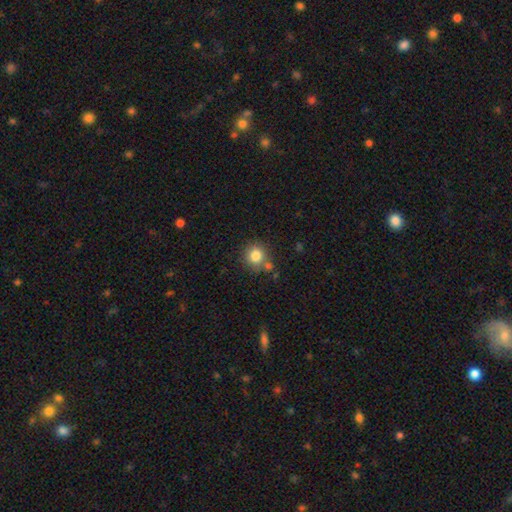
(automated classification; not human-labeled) smooth-or-featured: smooth: 81% | star or artifact: 11% | featured or disk: 8%
  how-rounded: round: 88% | in between: 11% | cigar-shaped: 1%
  merging: none: 72% | minor disturbance: 13% | merger: 11% | major disturbance: 4%